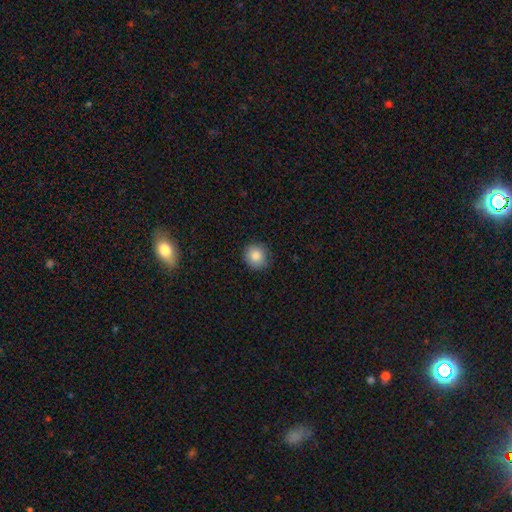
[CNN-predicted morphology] Smooth or featured? smooth (86%)
How rounded? round (87%)
Merging? none (84%)